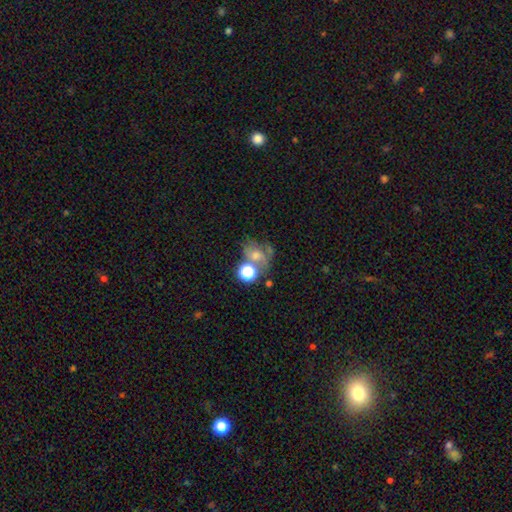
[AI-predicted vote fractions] smooth 47%, featured or disk 29%, star or artifact 24%. Down the decision tree: merging — none (36%).